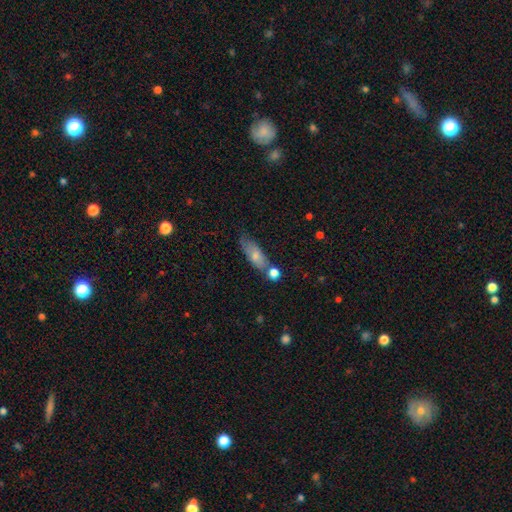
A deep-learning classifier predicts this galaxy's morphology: Smooth or featured? smooth (72%)
How rounded? in between (64%)
Merging? none (56%)